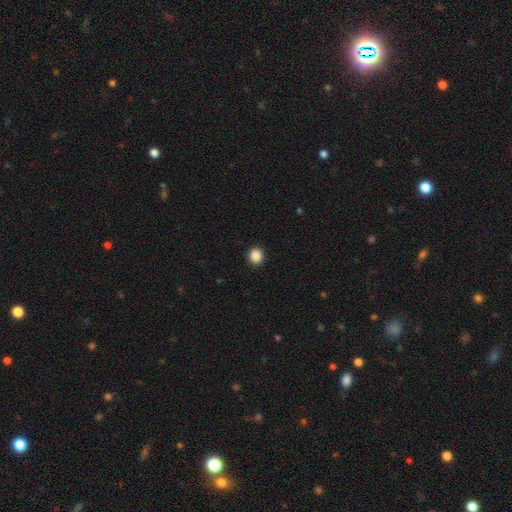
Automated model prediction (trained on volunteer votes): smooth-or-featured: smooth: 88% | star or artifact: 10% | featured or disk: 3%
  how-rounded: round: 84% | in between: 15% | cigar-shaped: 1%
  merging: none: 93% | minor disturbance: 5% | major disturbance: 2% | merger: 1%